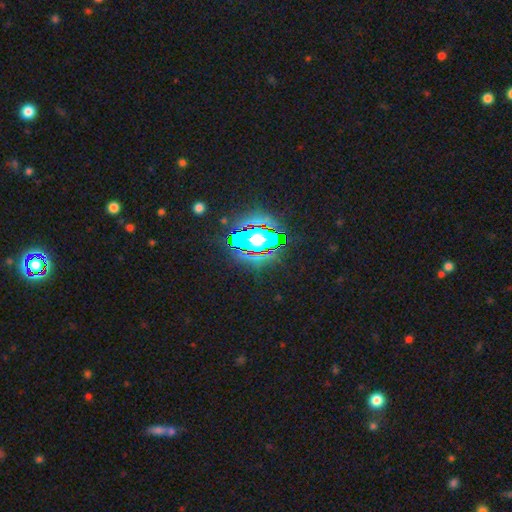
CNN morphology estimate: Smooth or featured: star or artifact — 82% (smooth — 10%)